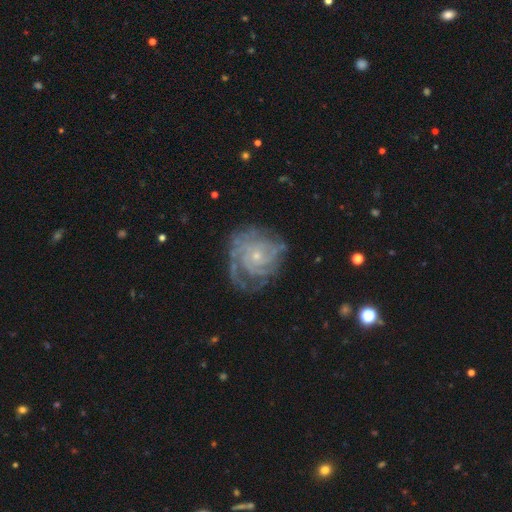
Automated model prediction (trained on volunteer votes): smooth-or-featured: featured or disk: 86% | smooth: 7% | star or artifact: 6%
  disk-edge-on: no: 98% | yes: 2%
    bar: no: 76% | weak: 20% | strong: 4%
    has-spiral-arms: yes: 96% | no: 4%
      spiral-winding: tight: 71% | medium: 24% | loose: 5%
      spiral-arm-count: can't tell: 29% | 3: 21% | 4: 19% | 2: 14% | more than 4: 9% | 1: 7%
    bulge-size: small: 79% | moderate: 17% | none: 2% | large: 1% | dominant: 1%
  merging: none: 67% | minor disturbance: 20% | major disturbance: 11% | merger: 2%